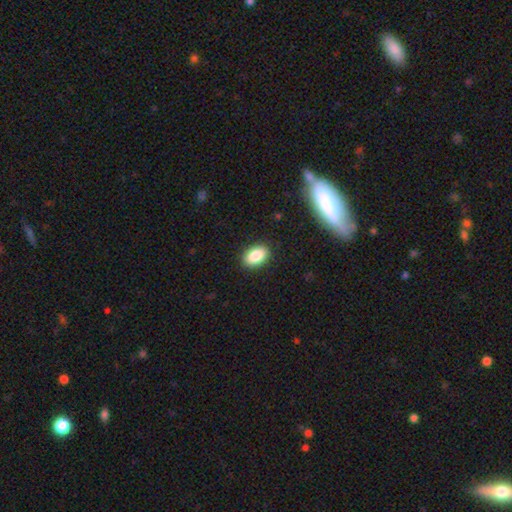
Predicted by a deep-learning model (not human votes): smooth-or-featured: smooth: 86% | star or artifact: 8% | featured or disk: 6%
  how-rounded: in between: 88% | round: 10% | cigar-shaped: 1%
  merging: none: 89% | minor disturbance: 8% | major disturbance: 2% | merger: 1%